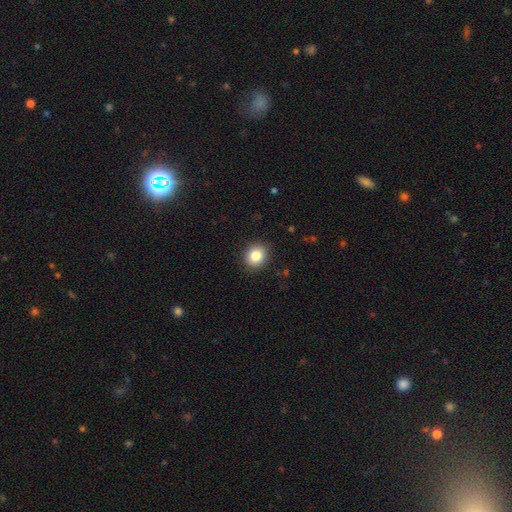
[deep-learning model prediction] This appears to be a smooth galaxy with no disk features (84%) that is round (67%). Merging: none (90%).